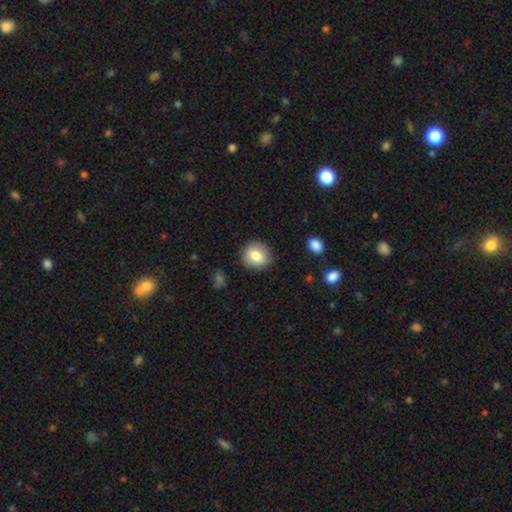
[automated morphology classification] Q: Smooth or featured?
A: smooth (81%); runner-up: featured or disk (11%)
Q: How rounded?
A: round (82%); runner-up: in between (17%)
Q: Merging?
A: none (87%); runner-up: minor disturbance (9%)